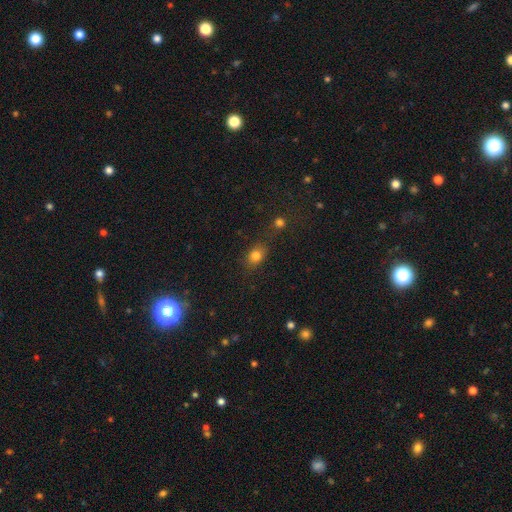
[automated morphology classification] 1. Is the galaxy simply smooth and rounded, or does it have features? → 79% smooth, 13% star or artifact, 8% featured or disk.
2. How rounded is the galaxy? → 51% in between, 47% round, 2% cigar-shaped.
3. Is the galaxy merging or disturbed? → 66% none, 15% minor disturbance, 12% merger, 7% major disturbance.